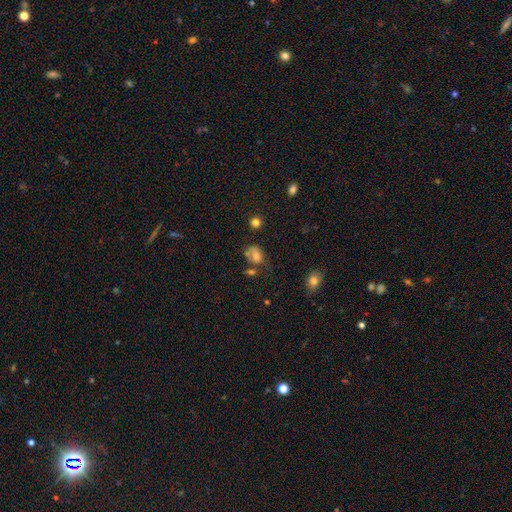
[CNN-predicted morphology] smooth 69%, featured or disk 18%, star or artifact 13%. Down the decision tree: how rounded — in between (62%); merging — none (34%).